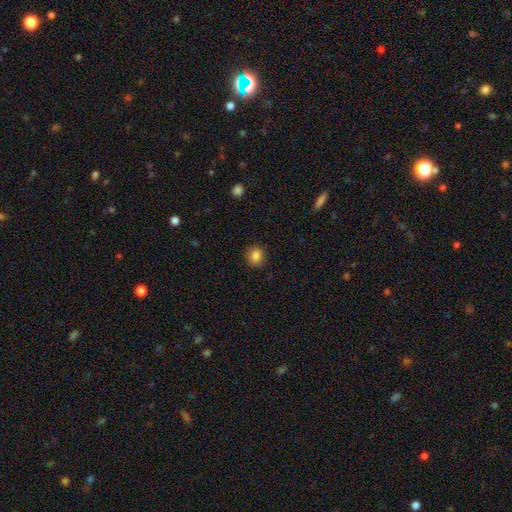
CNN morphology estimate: This appears to be a smooth galaxy with no disk features (84%) that is round (74%). Merging: none (83%).